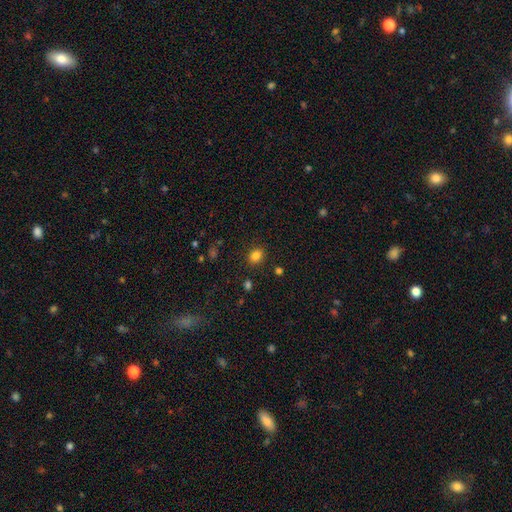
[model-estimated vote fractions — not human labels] Smooth or featured?
  - smooth: 83% *
  - star or artifact: 12%
  - featured or disk: 5%
How rounded?
  - round: 59% *
  - in between: 40%
  - cigar-shaped: 1%
Merging?
  - none: 87% *
  - minor disturbance: 8%
  - major disturbance: 3%
  - merger: 2%